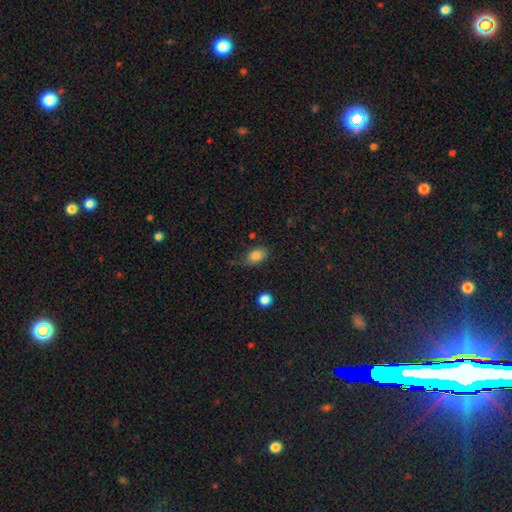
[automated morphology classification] The model was most divided on "merging": none: 70%, minor disturbance: 22%, major disturbance: 5%, merger: 3%. More confident: smooth or featured — smooth (83%); how rounded — in between (82%).